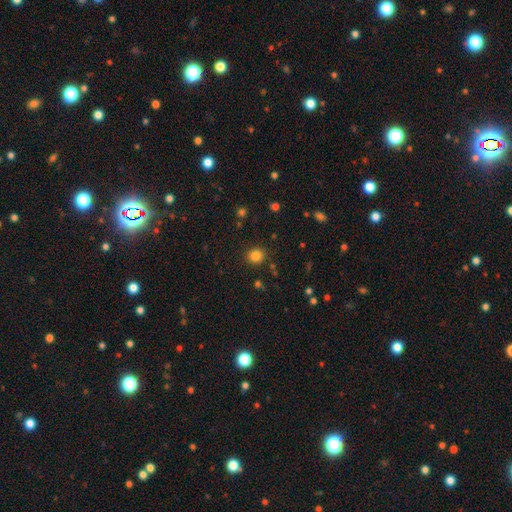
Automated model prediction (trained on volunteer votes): smooth_or_featured: smooth (p=0.82) [alt: star or artifact p=0.13]
how_rounded: round (p=0.83) [alt: in between p=0.17]
merging: none (p=0.89) [alt: minor disturbance p=0.07]